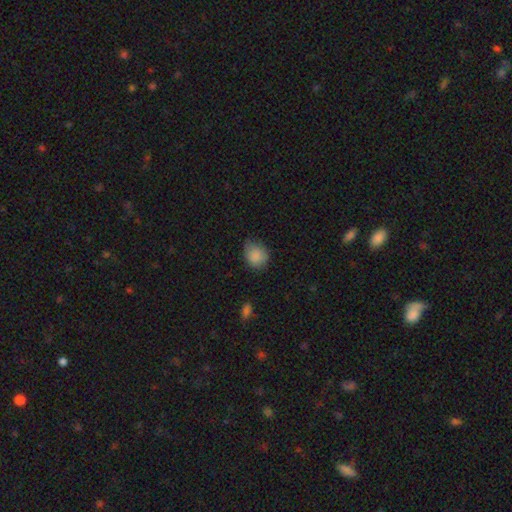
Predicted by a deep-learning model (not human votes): A smooth galaxy with no disk features (86%) that is round (63%).

Vote fractions:
- Smooth or featured? smooth: 86% / star or artifact: 8% / featured or disk: 6%
- How rounded? round: 63% / in between: 36% / cigar-shaped: 1%
- Merging? none: 65% / minor disturbance: 28% / major disturbance: 6% / merger: 1%